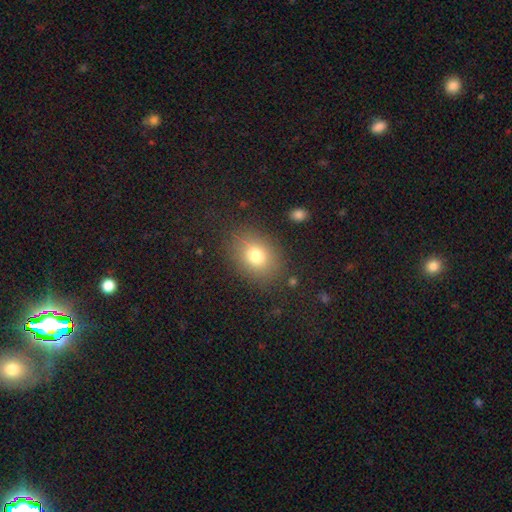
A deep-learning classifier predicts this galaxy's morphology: Smooth or featured: smooth — 77% (star or artifact — 12%)
How rounded: in between — 60% (round — 39%)
Merging: none — 83% (minor disturbance — 11%)